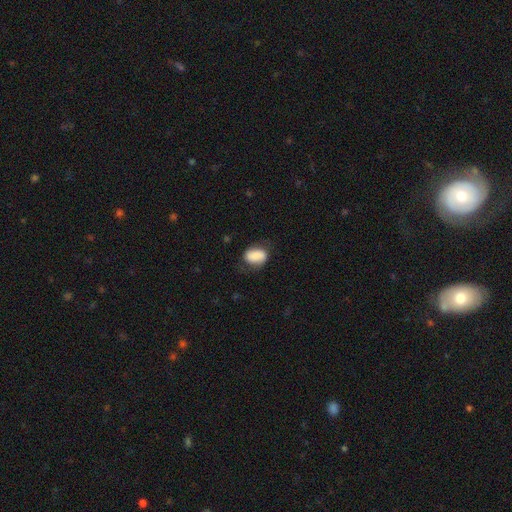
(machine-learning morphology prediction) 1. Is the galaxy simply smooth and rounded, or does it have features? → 76% smooth, 16% featured or disk, 8% star or artifact.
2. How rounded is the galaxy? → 83% in between, 16% round, 2% cigar-shaped.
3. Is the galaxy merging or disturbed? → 61% none, 27% minor disturbance, 11% major disturbance, 2% merger.